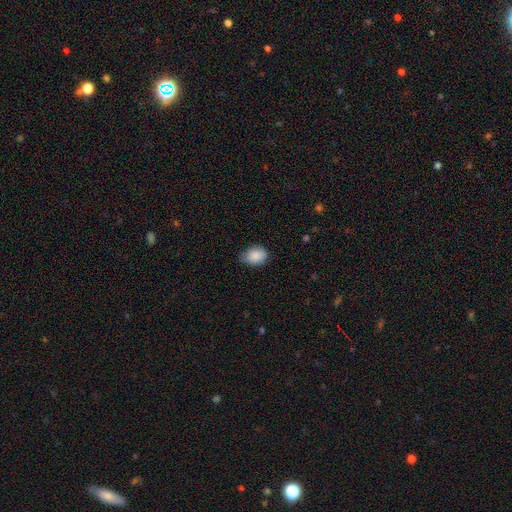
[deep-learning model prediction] The model was most divided on "merging": none: 68%, minor disturbance: 27%, major disturbance: 4%, merger: 1%. More confident: smooth or featured — smooth (88%); how rounded — in between (76%).